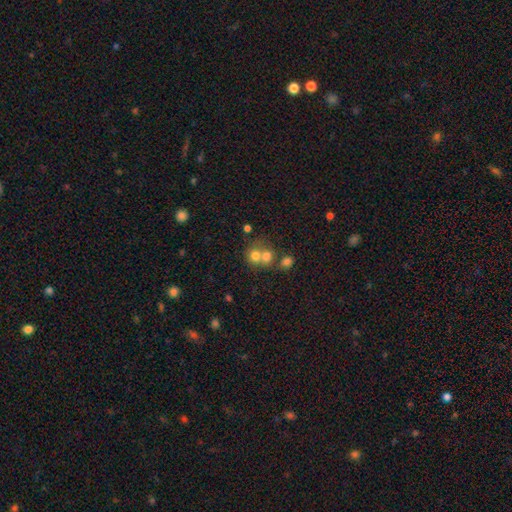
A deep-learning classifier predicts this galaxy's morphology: This is likely a smooth galaxy (70%). How rounded: likely round (75%). Merging: possibly merger (57%).